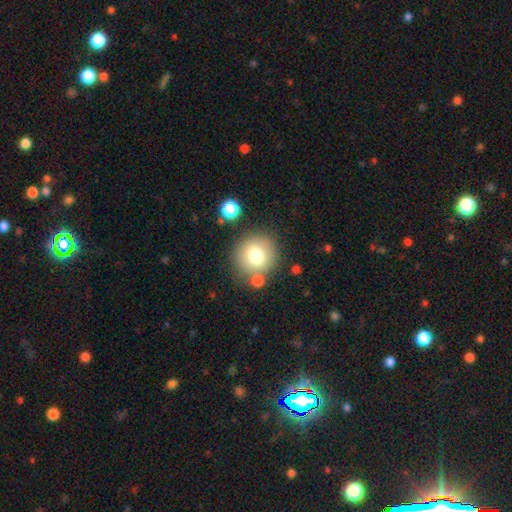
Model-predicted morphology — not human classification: type=smooth (75%); roundness=round (88%); merging=none (75%).